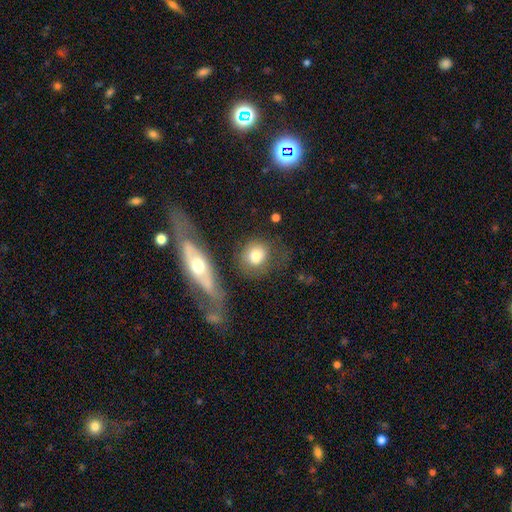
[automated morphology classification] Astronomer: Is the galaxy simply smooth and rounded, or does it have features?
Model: smooth — 75%.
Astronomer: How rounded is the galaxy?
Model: round — 65%.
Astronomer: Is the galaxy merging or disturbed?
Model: none — 53%.